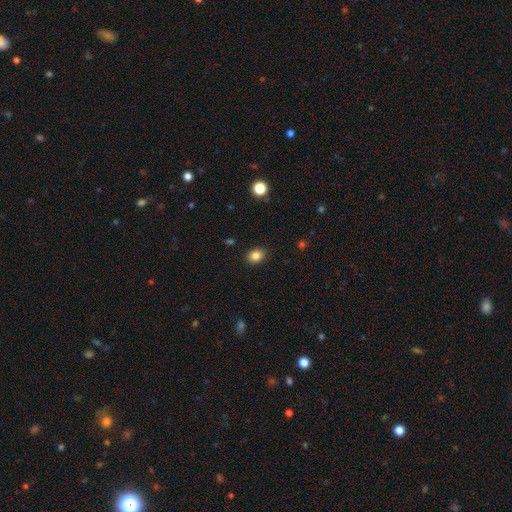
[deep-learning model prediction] smooth_or_featured: smooth (p=0.85) [alt: star or artifact p=0.11]
how_rounded: round (p=0.50) [alt: in between p=0.49]
merging: none (p=0.90) [alt: minor disturbance p=0.07]